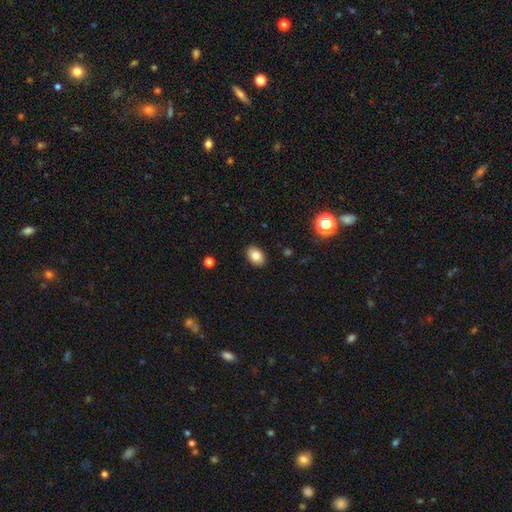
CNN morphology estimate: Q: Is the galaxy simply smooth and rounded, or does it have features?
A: smooth — 82%.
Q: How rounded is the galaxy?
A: in between — 84%.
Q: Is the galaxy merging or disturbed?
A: none — 89%.